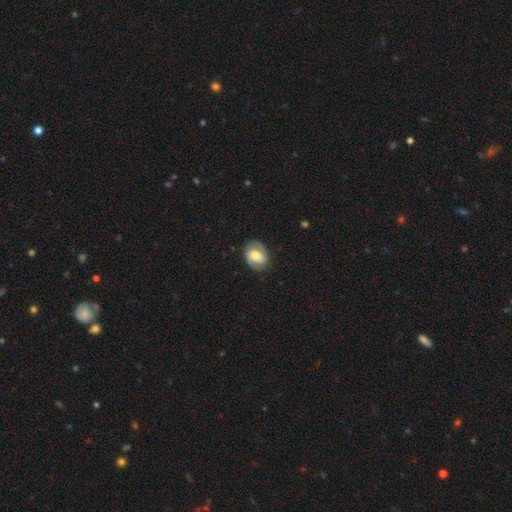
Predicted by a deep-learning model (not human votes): Smooth or featured? featured or disk (58%)
Edge-on disk? no (96%)
Bar? weak (41%)
Spiral arms? yes (80%)
Bulge size? moderate (60%)
Merging? none (77%)